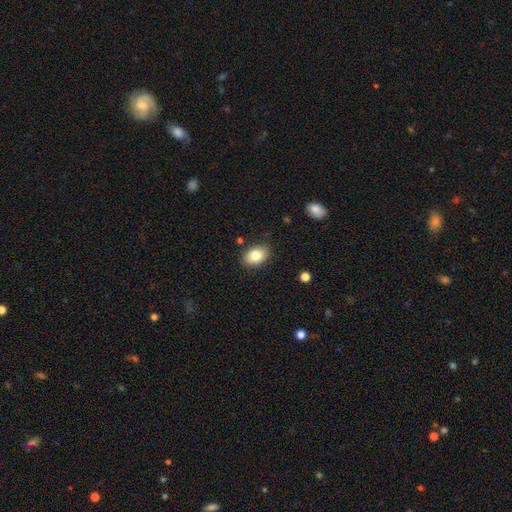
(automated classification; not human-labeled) Smooth or featured: smooth — 81% (featured or disk — 11%)
How rounded: in between — 86% (round — 13%)
Merging: none — 85% (minor disturbance — 11%)